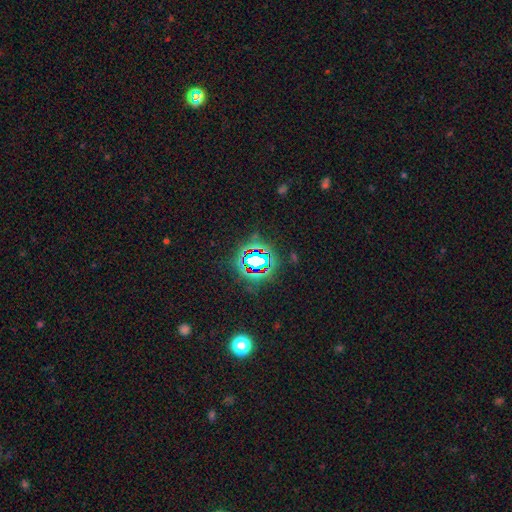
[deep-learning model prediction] This is likely a star or artifact rather than a galaxy (80%).